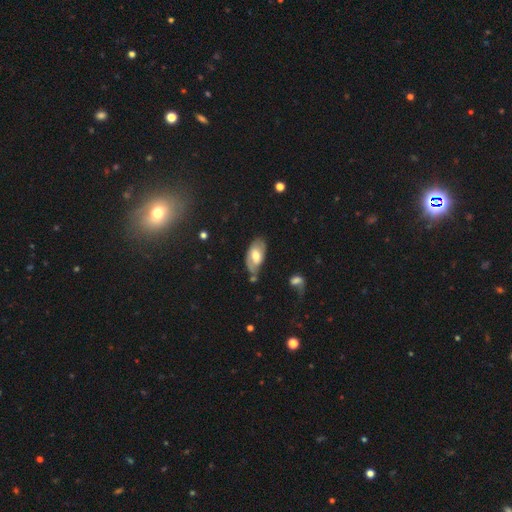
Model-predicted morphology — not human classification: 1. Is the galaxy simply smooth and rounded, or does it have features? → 47% featured or disk, 46% smooth, 7% star or artifact.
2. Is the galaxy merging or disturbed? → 55% none, 27% minor disturbance, 10% major disturbance, 8% merger.